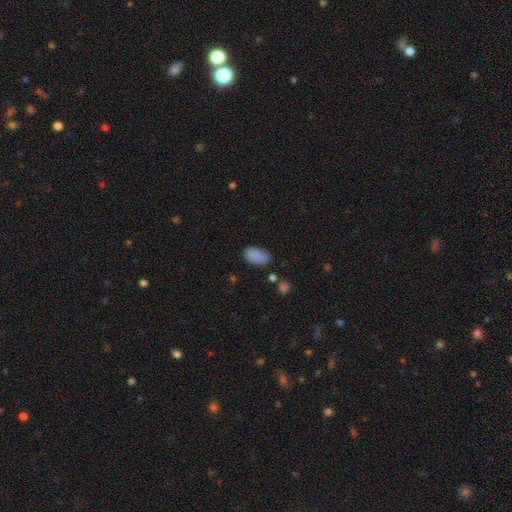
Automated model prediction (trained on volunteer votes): This is clearly a smooth galaxy (87%). How rounded: clearly in between (94%). Merging: likely none (77%).